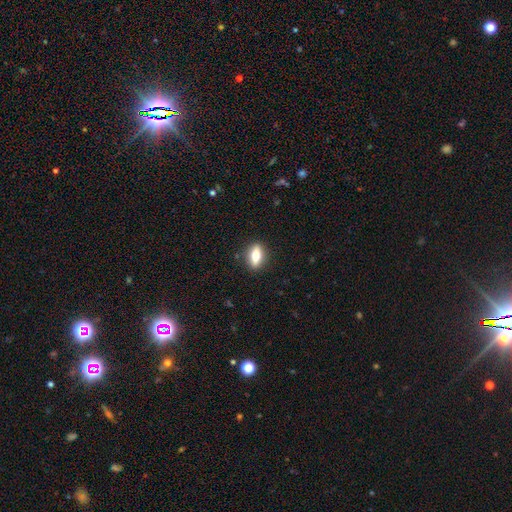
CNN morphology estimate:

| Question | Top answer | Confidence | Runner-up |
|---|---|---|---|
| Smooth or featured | smooth | 62% | featured or disk (31%) |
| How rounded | in between | 69% | cigar-shaped (23%) |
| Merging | none | 88% | minor disturbance (9%) |